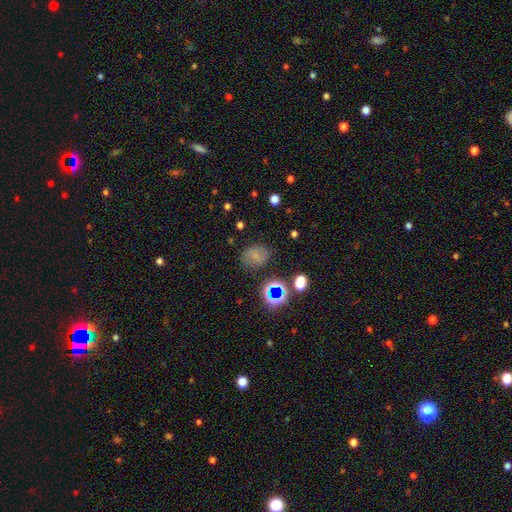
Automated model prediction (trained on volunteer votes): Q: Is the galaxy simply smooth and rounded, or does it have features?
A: smooth — 55%.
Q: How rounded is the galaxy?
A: round — 54%.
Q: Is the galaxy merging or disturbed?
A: none — 71%.